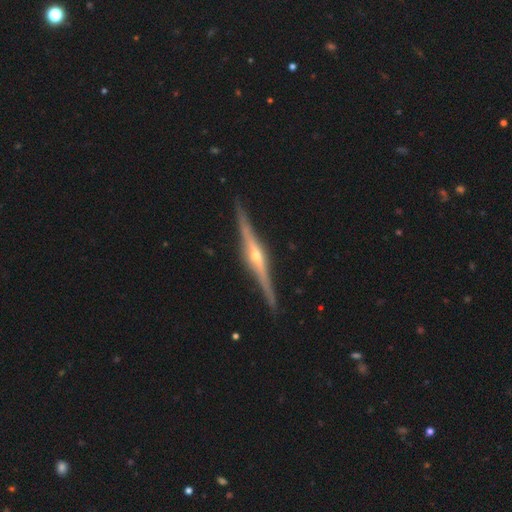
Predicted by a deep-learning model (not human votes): smooth-or-featured: featured or disk: 90% | smooth: 6% | star or artifact: 4%
  disk-edge-on: yes: 98% | no: 2%
    edge-on-bulge: rounded: 85% | boxy: 9% | none: 6%
  merging: none: 91% | minor disturbance: 6% | major disturbance: 1% | merger: 1%